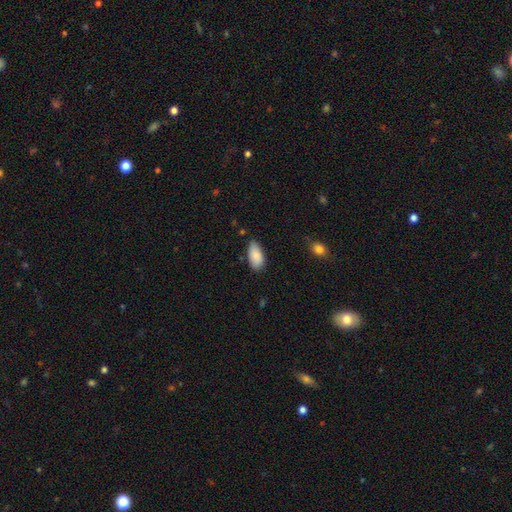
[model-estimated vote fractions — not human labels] smooth 86%, featured or disk 7%, star or artifact 7%. Down the decision tree: how rounded — in between (93%); merging — none (76%).